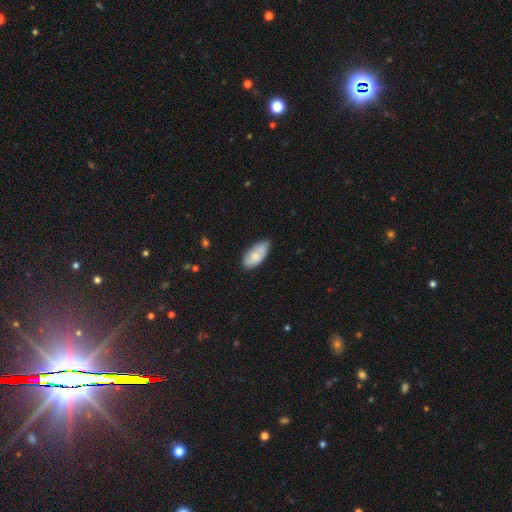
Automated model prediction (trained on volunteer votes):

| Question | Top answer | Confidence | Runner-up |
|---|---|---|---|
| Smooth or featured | smooth | 75% | featured or disk (19%) |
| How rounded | in between | 92% | cigar-shaped (6%) |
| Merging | none | 63% | minor disturbance (31%) |